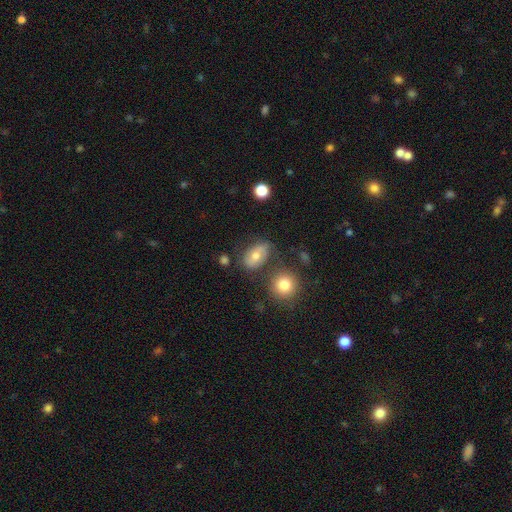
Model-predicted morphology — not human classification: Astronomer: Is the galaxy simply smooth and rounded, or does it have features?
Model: smooth — 62%.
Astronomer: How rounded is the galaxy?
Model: in between — 80%.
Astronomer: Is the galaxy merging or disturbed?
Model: none — 61%.